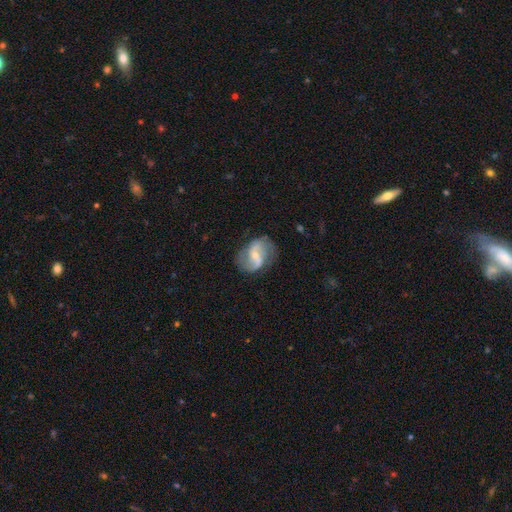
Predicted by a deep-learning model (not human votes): Smooth or featured: featured or disk — 78% (smooth — 15%)
Edge-on disk: no — 97% (yes — 3%)
Bar: weak — 46% (no — 29%)
Spiral arms: yes — 90% (no — 10%)
Spiral winding: loose — 50% (medium — 39%)
Spiral arm count: 2 — 87% (can't tell — 6%)
Bulge size: small — 58% (moderate — 36%)
Merging: none — 66% (minor disturbance — 20%)